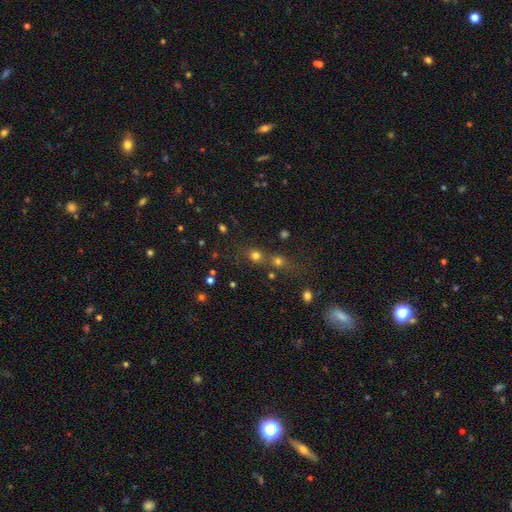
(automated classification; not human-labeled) Smooth or featured? Predicted: smooth (p=0.71). How rounded? Predicted: round (p=0.83). Merging? Predicted: none (p=0.56).